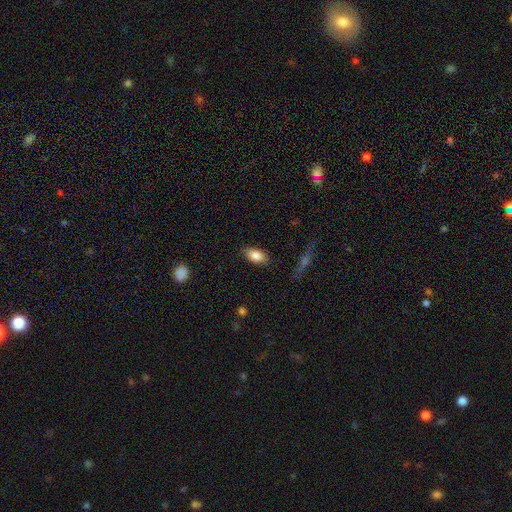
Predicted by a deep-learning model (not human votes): Smooth or featured? Predicted: smooth (p=0.83). How rounded? Predicted: in between (p=0.89). Merging? Predicted: none (p=0.84).